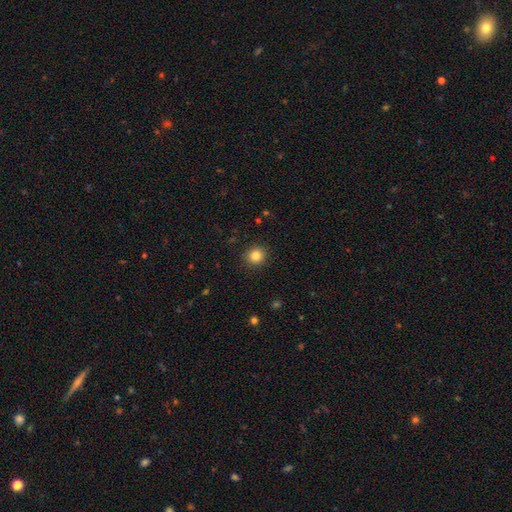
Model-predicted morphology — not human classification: smooth_or_featured: smooth (p=0.83) [alt: star or artifact p=0.11]
how_rounded: round (p=0.92) [alt: in between p=0.07]
merging: none (p=0.91) [alt: minor disturbance p=0.06]